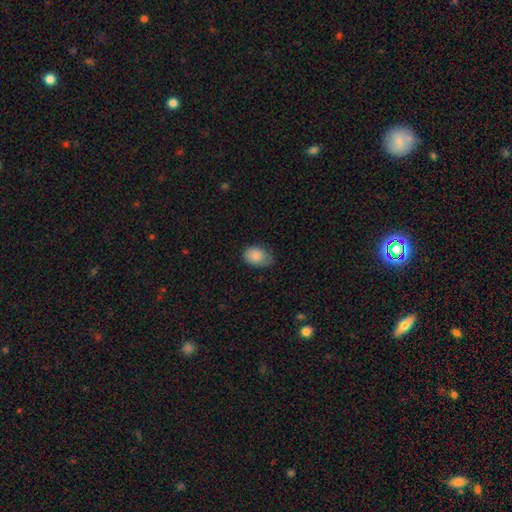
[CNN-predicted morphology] A smooth galaxy with no disk features (87%) that is in between round and cigar-shaped (80%).

Vote fractions:
- Smooth or featured? smooth: 87% / star or artifact: 7% / featured or disk: 6%
- How rounded? in between: 80% / round: 19% / cigar-shaped: 1%
- Merging? none: 58% / minor disturbance: 34% / major disturbance: 7% / merger: 1%